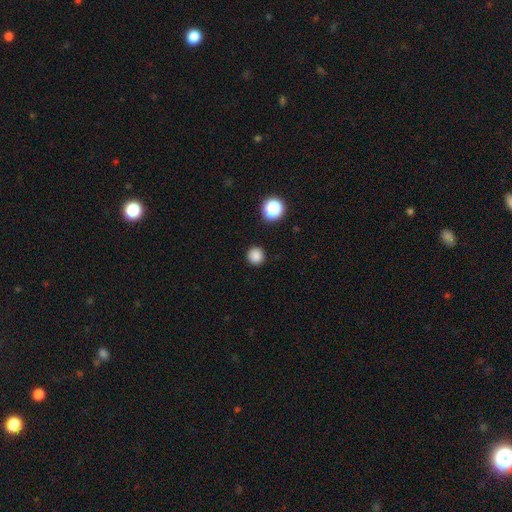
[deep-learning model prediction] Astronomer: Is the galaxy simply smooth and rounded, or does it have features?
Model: smooth — 84%.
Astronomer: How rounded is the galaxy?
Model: round — 94%.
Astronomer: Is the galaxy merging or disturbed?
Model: none — 91%.